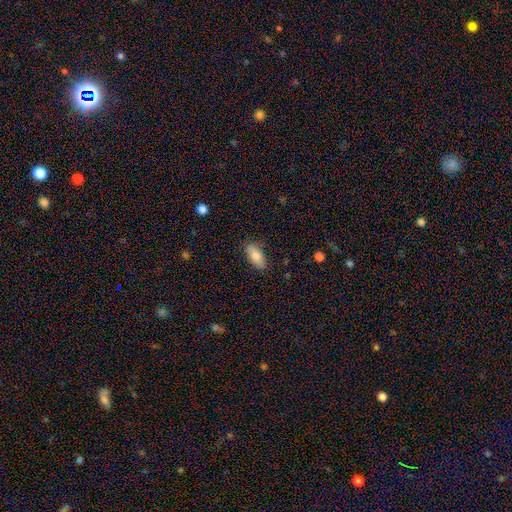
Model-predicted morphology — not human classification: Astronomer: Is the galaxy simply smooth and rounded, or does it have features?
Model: smooth — 79%.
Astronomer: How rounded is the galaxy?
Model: in between — 86%.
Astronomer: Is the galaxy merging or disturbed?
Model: none — 82%.